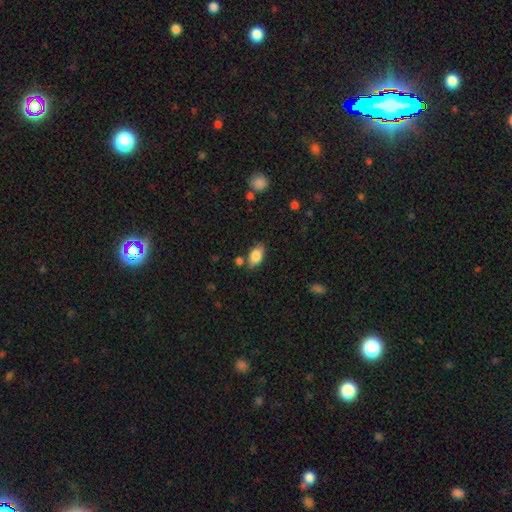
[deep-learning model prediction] smooth-or-featured: smooth: 83% | featured or disk: 10% | star or artifact: 7%
  how-rounded: in between: 90% | round: 6% | cigar-shaped: 4%
  merging: none: 75% | minor disturbance: 15% | merger: 6% | major disturbance: 4%